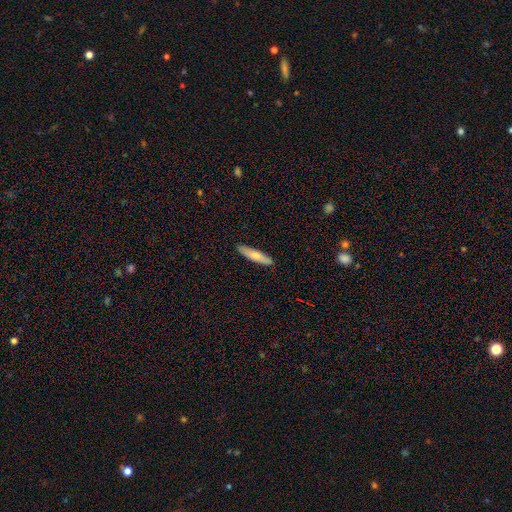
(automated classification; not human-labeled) This is likely a smooth galaxy (67%). How rounded: likely cigar-shaped (77%). Merging: clearly none (90%).